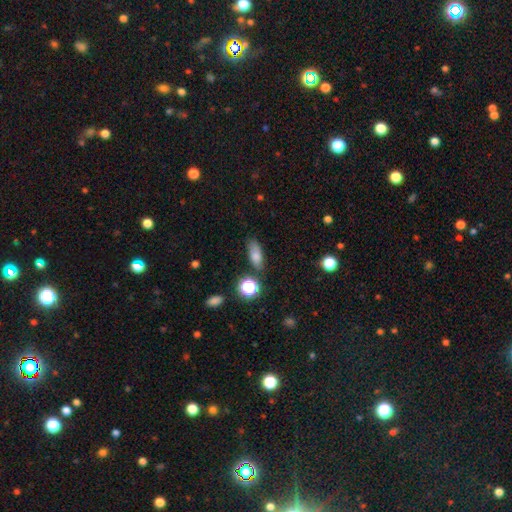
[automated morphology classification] Q: Smooth or featured?
A: smooth (76%); runner-up: star or artifact (13%)
Q: How rounded?
A: in between (71%); runner-up: cigar-shaped (20%)
Q: Merging?
A: none (73%); runner-up: minor disturbance (18%)